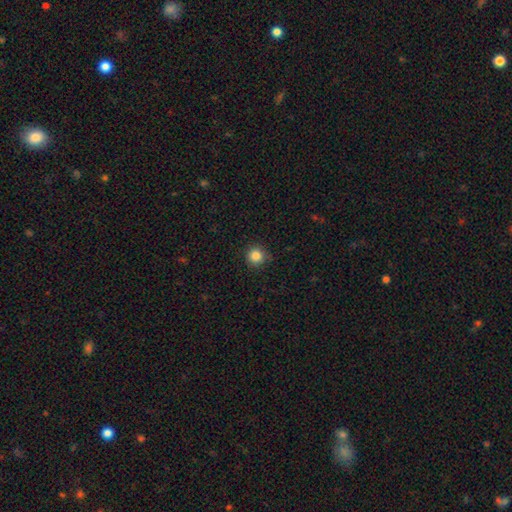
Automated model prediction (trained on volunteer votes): A smooth galaxy with no disk features (86%) that is round (95%).

Vote fractions:
- Smooth or featured? smooth: 86% / star or artifact: 11% / featured or disk: 4%
- How rounded? round: 95% / in between: 4% / cigar-shaped: 1%
- Merging? none: 88% / minor disturbance: 9% / major disturbance: 2% / merger: 1%